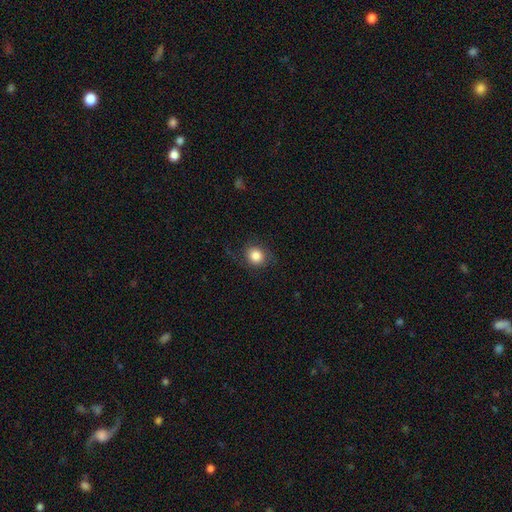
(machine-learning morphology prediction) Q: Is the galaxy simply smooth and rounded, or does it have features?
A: smooth — 83%.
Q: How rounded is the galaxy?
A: round — 74%.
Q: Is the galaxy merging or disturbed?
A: none — 78%.